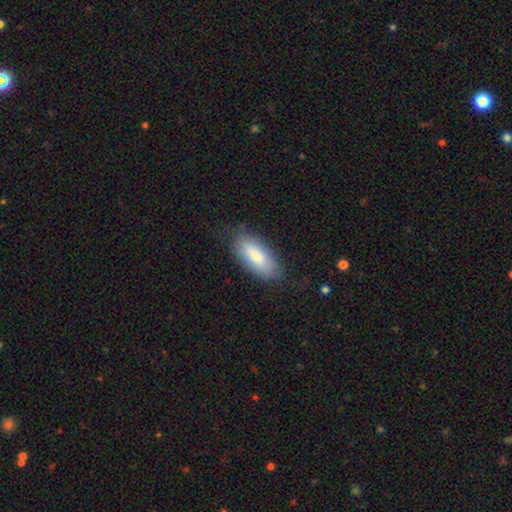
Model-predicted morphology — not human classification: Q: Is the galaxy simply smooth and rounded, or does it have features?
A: smooth — 82%.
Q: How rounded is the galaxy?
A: in between — 83%.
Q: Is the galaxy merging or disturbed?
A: none — 79%.